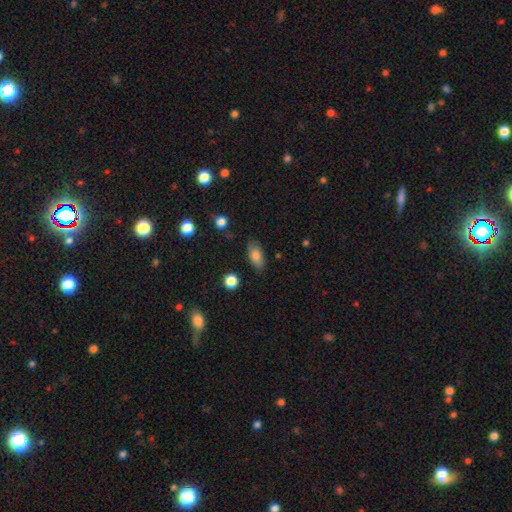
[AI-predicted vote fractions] Smooth or featured?
  - smooth: 80% *
  - featured or disk: 12%
  - star or artifact: 8%
How rounded?
  - in between: 89% *
  - cigar-shaped: 7%
  - round: 5%
Merging?
  - none: 79% *
  - minor disturbance: 15%
  - major disturbance: 4%
  - merger: 2%